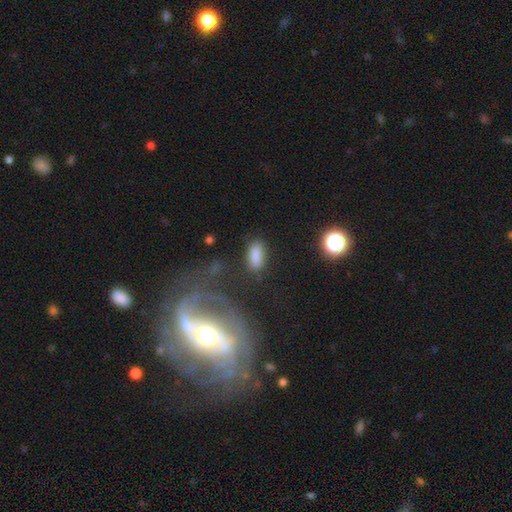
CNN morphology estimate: smooth_or_featured: smooth (p=0.85) [alt: star or artifact p=0.09]
how_rounded: in between (p=0.87) [alt: cigar-shaped p=0.09]
merging: none (p=0.80) [alt: minor disturbance p=0.13]